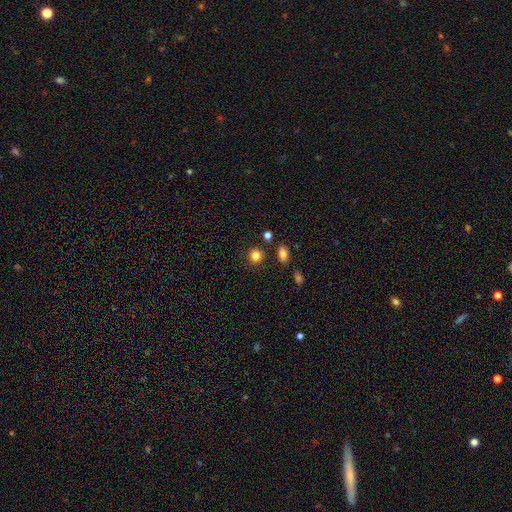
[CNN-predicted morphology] type=smooth (84%); roundness=round (88%); merging=none (85%).